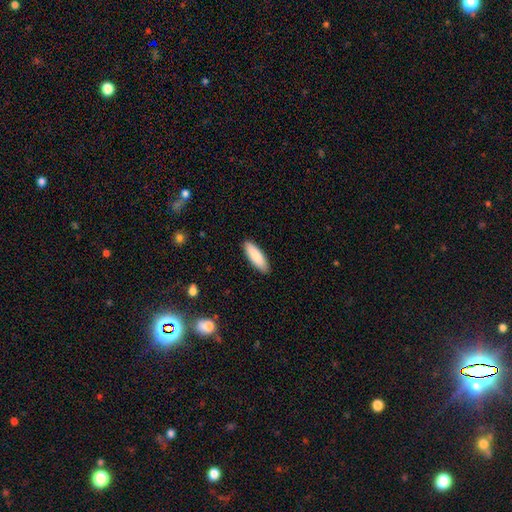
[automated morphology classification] This appears to be a smooth galaxy with no disk features (87%) that is in between round and cigar-shaped (51%). Merging: none (89%).